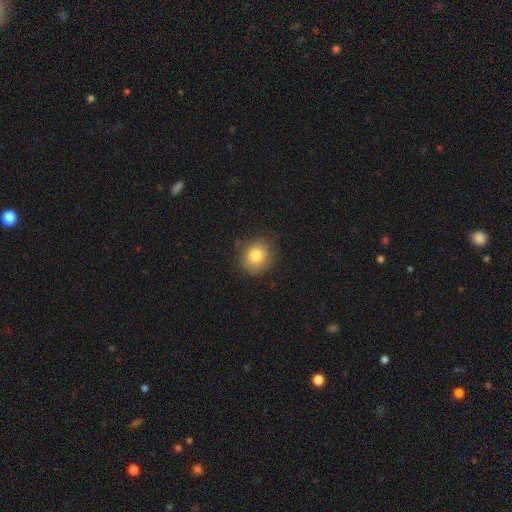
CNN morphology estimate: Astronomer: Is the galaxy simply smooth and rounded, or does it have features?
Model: smooth — 81%.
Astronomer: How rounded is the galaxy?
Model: round — 83%.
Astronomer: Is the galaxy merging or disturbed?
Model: none — 84%.